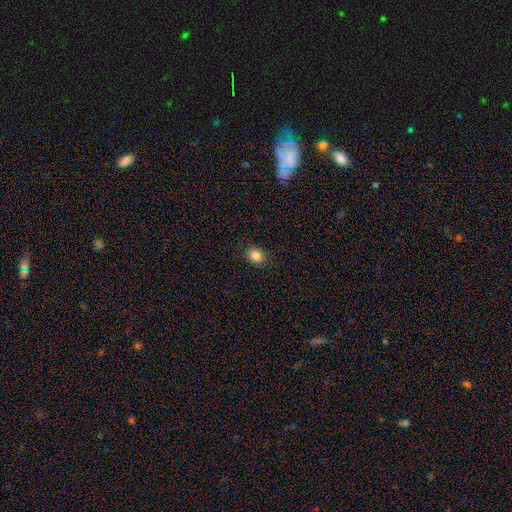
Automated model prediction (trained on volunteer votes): Smooth or featured: smooth — 85% (star or artifact — 10%)
How rounded: in between — 59% (round — 40%)
Merging: none — 88% (minor disturbance — 9%)